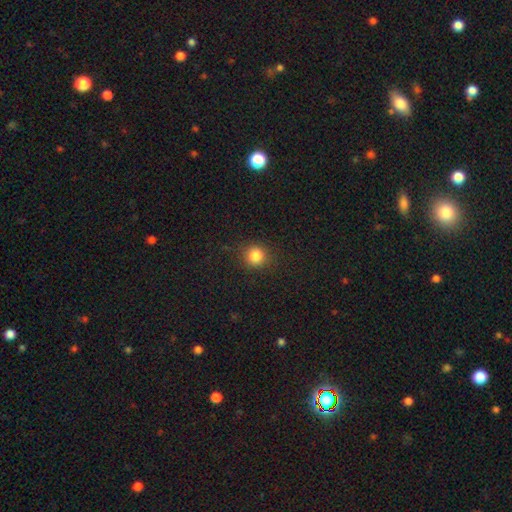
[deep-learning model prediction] Smooth or featured?
  - smooth: 84% *
  - star or artifact: 12%
  - featured or disk: 4%
How rounded?
  - round: 91% *
  - in between: 8%
  - cigar-shaped: 1%
Merging?
  - none: 88% *
  - minor disturbance: 8%
  - major disturbance: 3%
  - merger: 1%